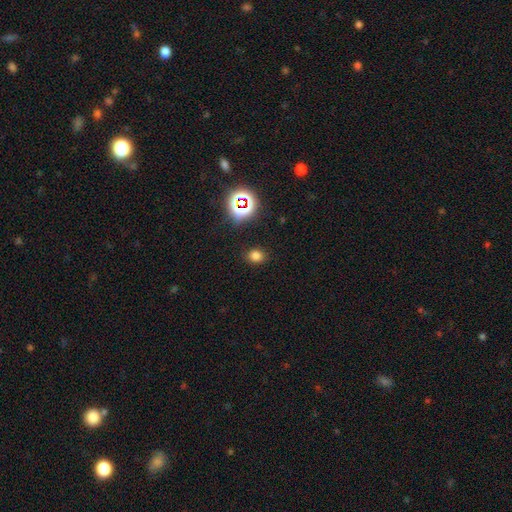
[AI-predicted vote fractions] This appears to be a smooth galaxy with no disk features (73%) that is round (56%). Merging: none (86%).